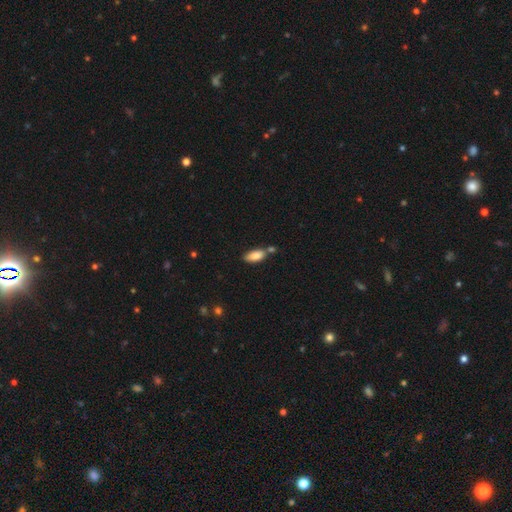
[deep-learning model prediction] Q: Smooth or featured?
A: smooth (85%); runner-up: featured or disk (8%)
Q: How rounded?
A: in between (85%); runner-up: cigar-shaped (13%)
Q: Merging?
A: none (59%); runner-up: merger (21%)